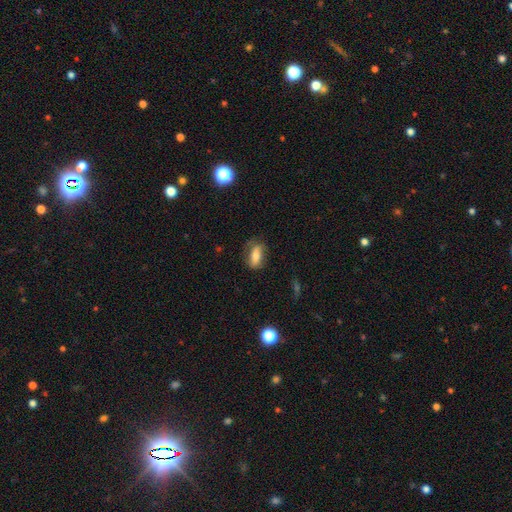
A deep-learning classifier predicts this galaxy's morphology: Smooth or featured?
  - smooth: 68% *
  - featured or disk: 23%
  - star or artifact: 8%
How rounded?
  - in between: 82% *
  - cigar-shaped: 11%
  - round: 6%
Merging?
  - none: 64% *
  - minor disturbance: 24%
  - major disturbance: 10%
  - merger: 2%